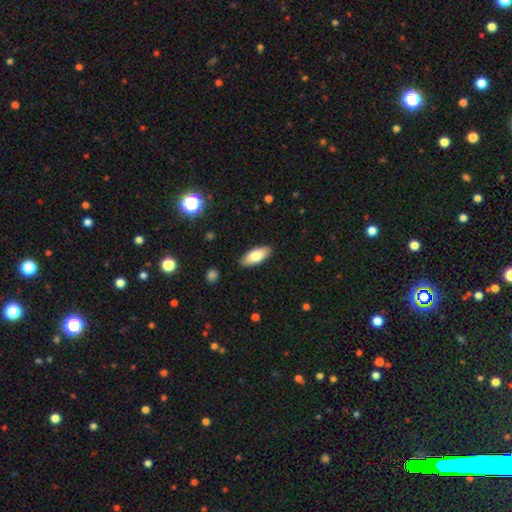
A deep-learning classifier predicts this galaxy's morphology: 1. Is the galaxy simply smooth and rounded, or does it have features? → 77% smooth, 17% featured or disk, 6% star or artifact.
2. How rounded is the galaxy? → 81% in between, 17% cigar-shaped, 2% round.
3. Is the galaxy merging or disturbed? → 89% none, 9% minor disturbance, 2% major disturbance, 1% merger.